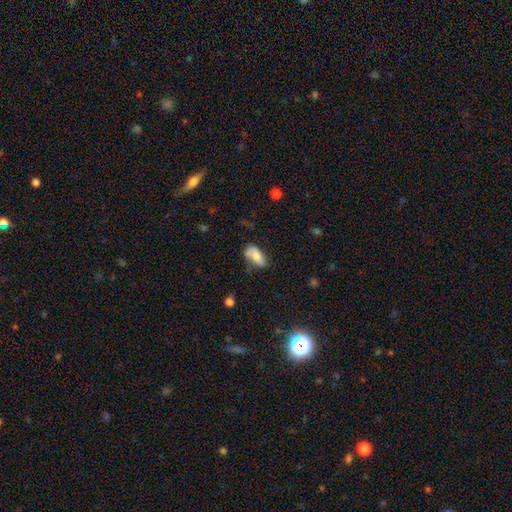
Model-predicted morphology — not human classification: Smooth or featured: smooth — 59% (featured or disk — 34%)
How rounded: in between — 92% (cigar-shaped — 4%)
Merging: none — 50% (minor disturbance — 30%)